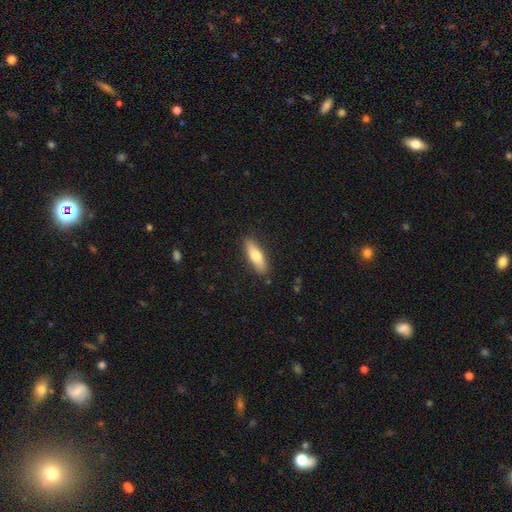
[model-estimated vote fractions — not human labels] Smooth or featured? smooth (69%)
How rounded? cigar-shaped (51%)
Merging? none (86%)